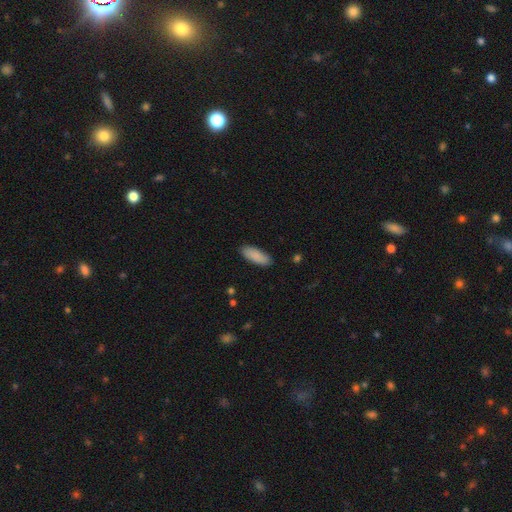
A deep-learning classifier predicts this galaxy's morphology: Overall: smooth (89%). How rounded: in between (72%). Merging: none (87%).